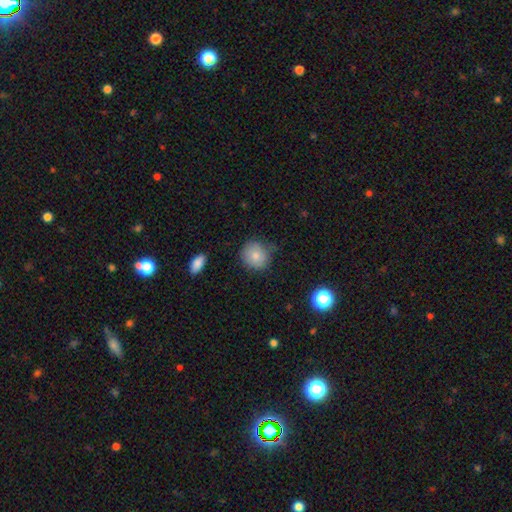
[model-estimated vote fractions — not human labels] The model was most divided on "merging": none: 70%, minor disturbance: 23%, major disturbance: 5%, merger: 2%. More confident: how rounded — round (84%); smooth or featured — smooth (81%).